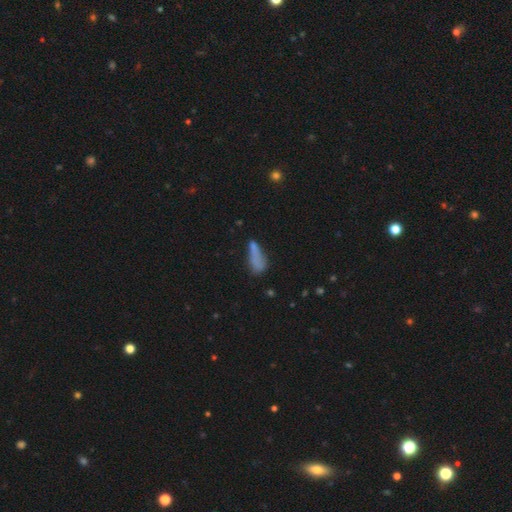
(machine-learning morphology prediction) This appears to be a smooth galaxy with no disk features (69%) that is in between round and cigar-shaped (49%). Merging: none (41%).